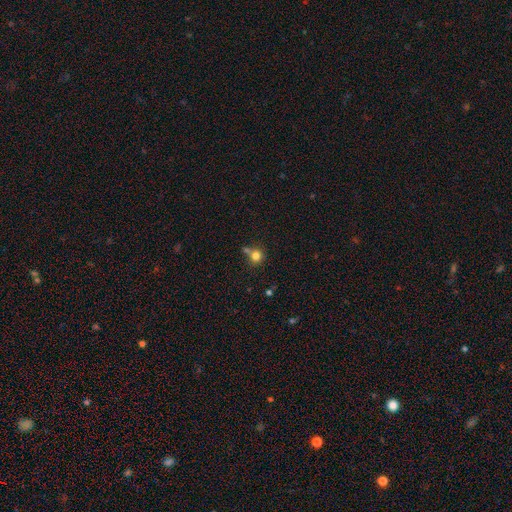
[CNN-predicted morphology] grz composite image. It shows a smooth galaxy with no disk features (79%) that is round (88%). Merging: none (56%).